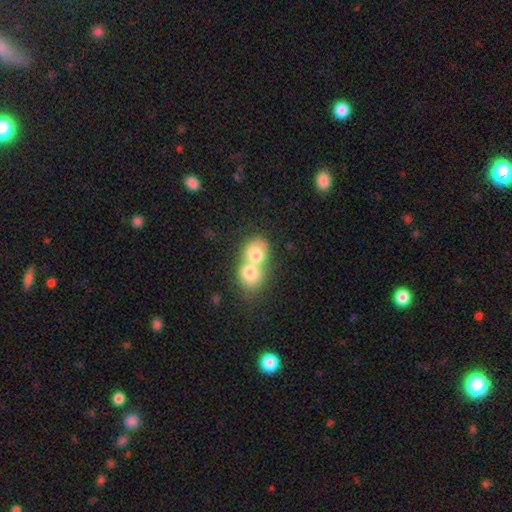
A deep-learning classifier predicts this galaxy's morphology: smooth-or-featured: smooth: 71% | featured or disk: 21% | star or artifact: 8%
  how-rounded: round: 58% | in between: 40% | cigar-shaped: 1%
  merging: merger: 77% | none: 16% | minor disturbance: 5% | major disturbance: 3%